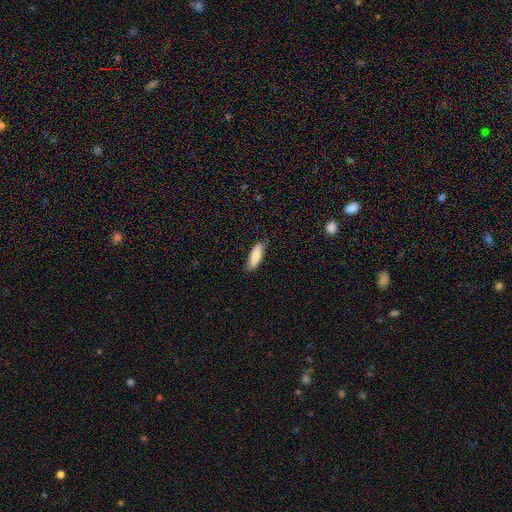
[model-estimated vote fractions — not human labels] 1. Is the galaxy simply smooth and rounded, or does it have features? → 83% smooth, 11% featured or disk, 6% star or artifact.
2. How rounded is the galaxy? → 55% cigar-shaped, 43% in between, 2% round.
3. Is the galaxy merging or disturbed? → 81% none, 15% minor disturbance, 3% major disturbance, 1% merger.